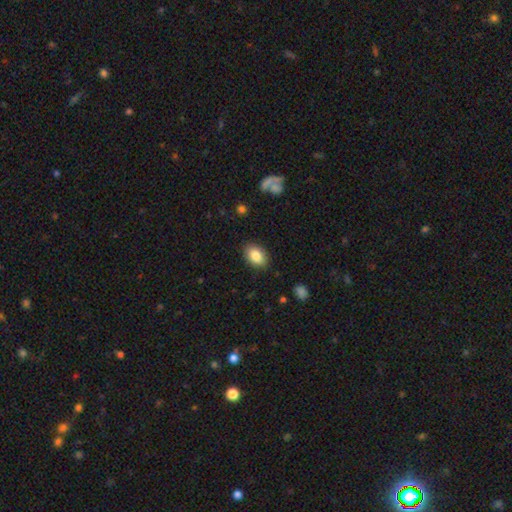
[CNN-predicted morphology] This is clearly a smooth galaxy (85%). How rounded: clearly in between (83%). Merging: clearly none (87%).